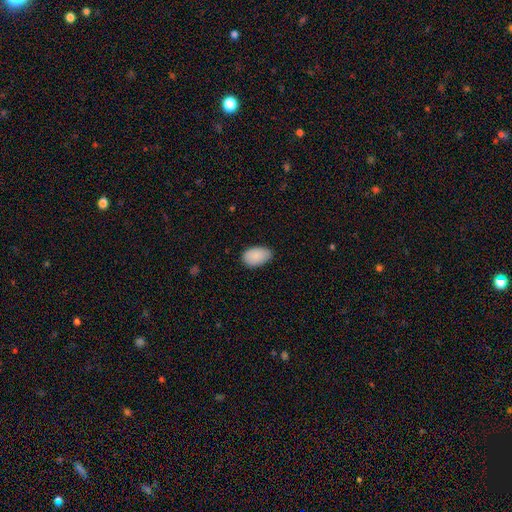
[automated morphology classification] smooth_or_featured: smooth (p=0.89) [alt: star or artifact p=0.06]
how_rounded: in between (p=0.93) [alt: round p=0.06]
merging: none (p=0.77) [alt: minor disturbance p=0.19]